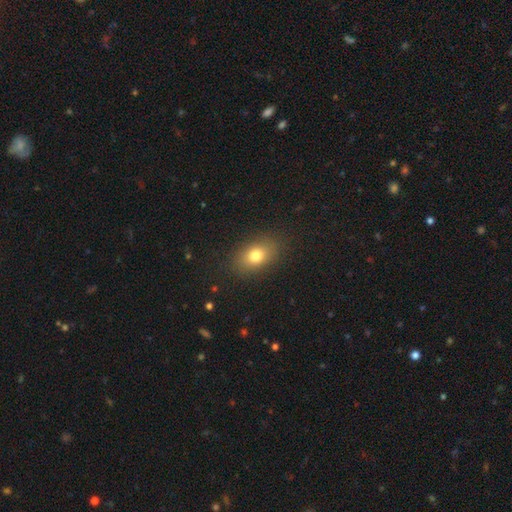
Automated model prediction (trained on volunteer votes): Smooth or featured: smooth — 77% (featured or disk — 12%)
How rounded: in between — 80% (round — 18%)
Merging: none — 85% (minor disturbance — 10%)